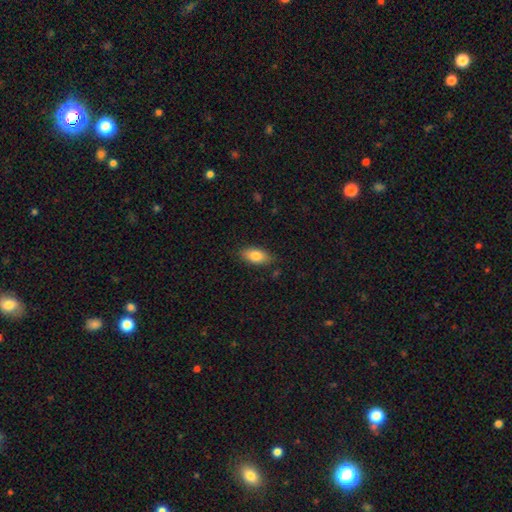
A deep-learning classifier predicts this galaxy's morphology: Smooth or featured: smooth — 82% (featured or disk — 11%)
How rounded: in between — 90% (cigar-shaped — 7%)
Merging: none — 84% (minor disturbance — 13%)